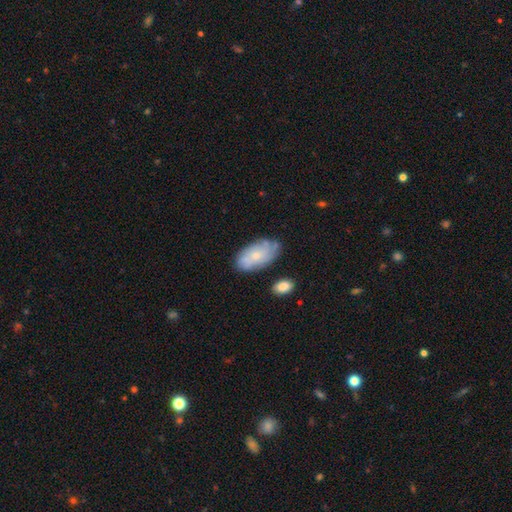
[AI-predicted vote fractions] Smooth or featured? featured or disk (50%)
Edge-on disk? no (94%)
Merging? none (67%)